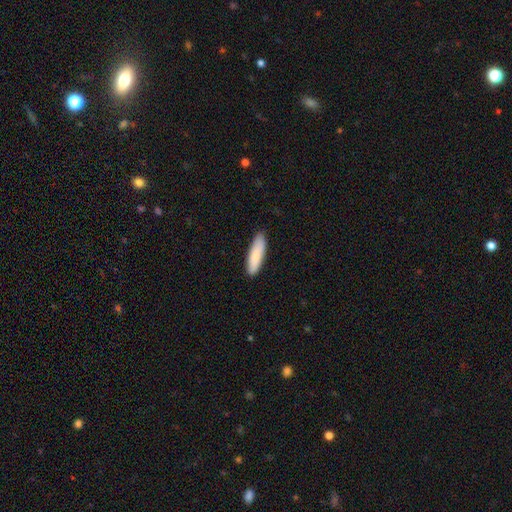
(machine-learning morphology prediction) smooth 86%, featured or disk 9%, star or artifact 5%. Down the decision tree: how rounded — cigar-shaped (63%); merging — none (88%).